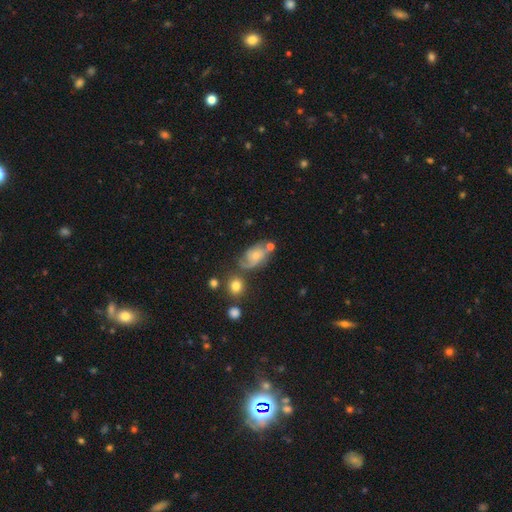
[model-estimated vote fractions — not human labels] Q: Smooth or featured?
A: featured or disk (62%); runner-up: smooth (29%)
Q: Edge-on disk?
A: no (96%); runner-up: yes (4%)
Q: Bar?
A: no (75%); runner-up: weak (22%)
Q: Spiral arms?
A: yes (87%); runner-up: no (13%)
Q: Spiral winding?
A: medium (42%); runner-up: tight (35%)
Q: Spiral arm count?
A: 2 (49%); runner-up: can't tell (22%)
Q: Bulge size?
A: small (55%); runner-up: moderate (37%)
Q: Merging?
A: none (49%); runner-up: minor disturbance (25%)